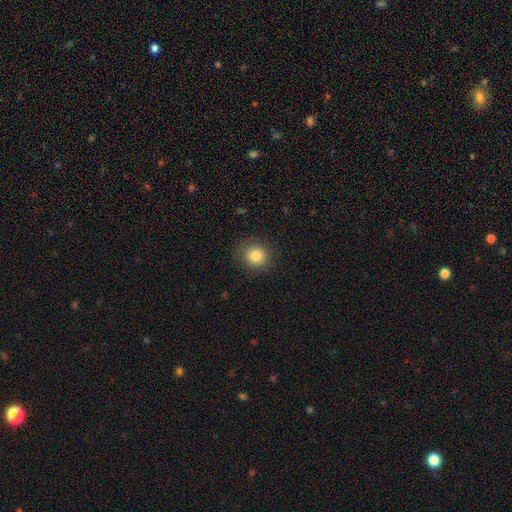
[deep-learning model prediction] This appears to be a smooth galaxy with no disk features (83%) that is round (88%). Merging: none (87%).